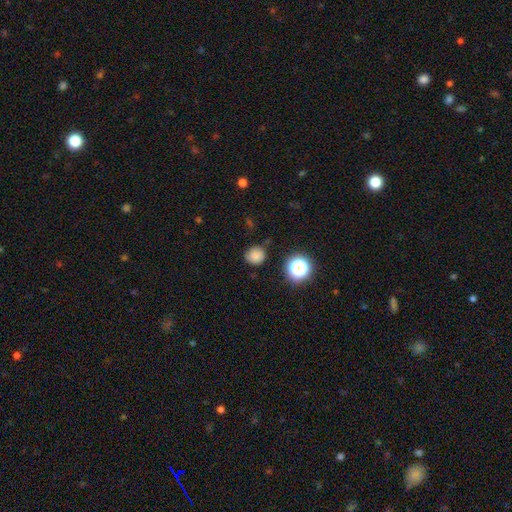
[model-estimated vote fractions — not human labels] Smooth or featured: smooth — 76% (star or artifact — 16%)
How rounded: round — 85% (in between — 14%)
Merging: none — 78% (minor disturbance — 15%)